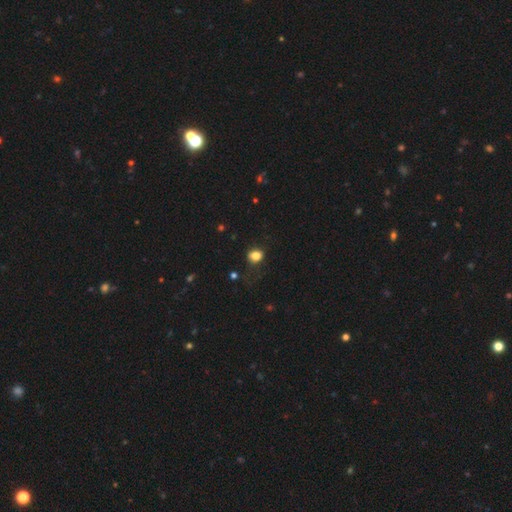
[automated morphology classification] The model was most divided on "how rounded": round: 64%, in between: 35%, cigar-shaped: 1%. More confident: smooth or featured — smooth (82%); merging — none (68%).